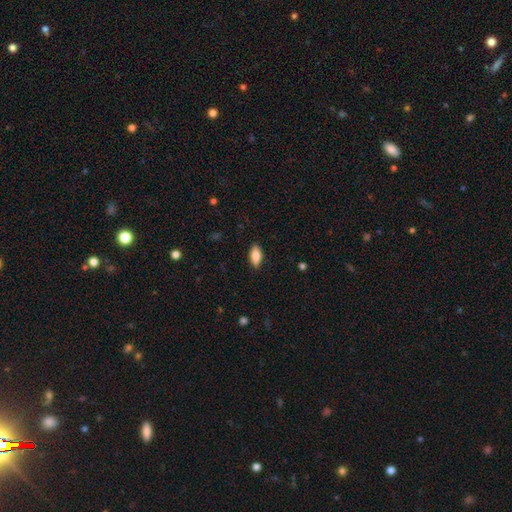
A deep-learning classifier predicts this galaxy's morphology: type=smooth (79%); roundness=in between (84%); merging=none (87%).